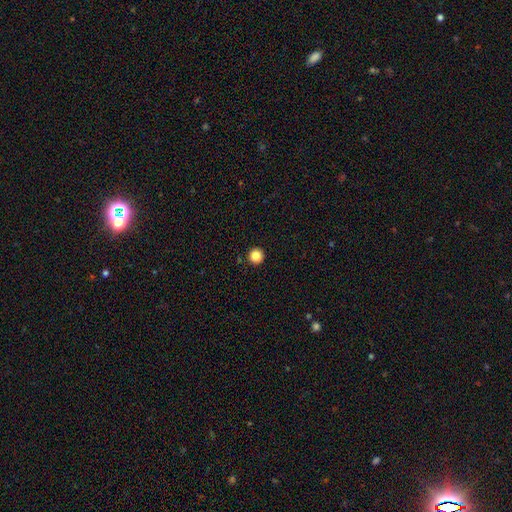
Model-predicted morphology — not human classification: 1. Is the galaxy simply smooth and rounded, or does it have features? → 85% smooth, 11% star or artifact, 4% featured or disk.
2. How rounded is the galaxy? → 96% round, 3% in between, 1% cigar-shaped.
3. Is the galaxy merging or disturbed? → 93% none, 4% minor disturbance, 2% merger, 1% major disturbance.